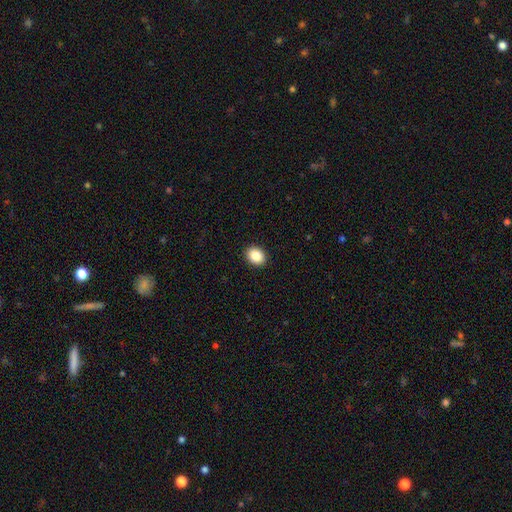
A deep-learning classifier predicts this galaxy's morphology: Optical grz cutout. It shows a smooth galaxy with no disk features (87%) that is in between round and cigar-shaped (56%). Merging: none (92%).